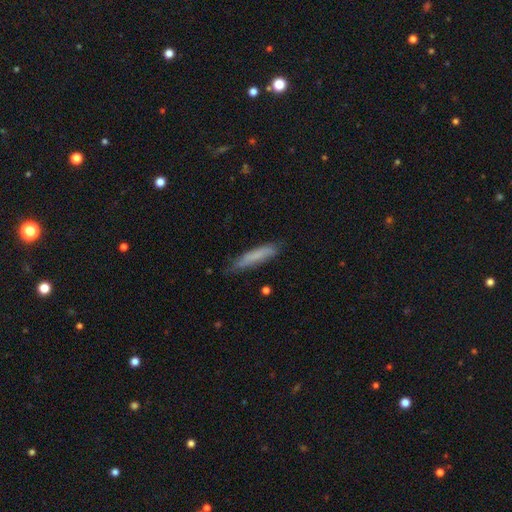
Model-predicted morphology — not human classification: Smooth or featured?
  - smooth: 73% *
  - featured or disk: 21%
  - star or artifact: 7%
How rounded?
  - cigar-shaped: 89% *
  - in between: 10%
  - round: 1%
Merging?
  - none: 75% *
  - minor disturbance: 19%
  - major disturbance: 4%
  - merger: 2%